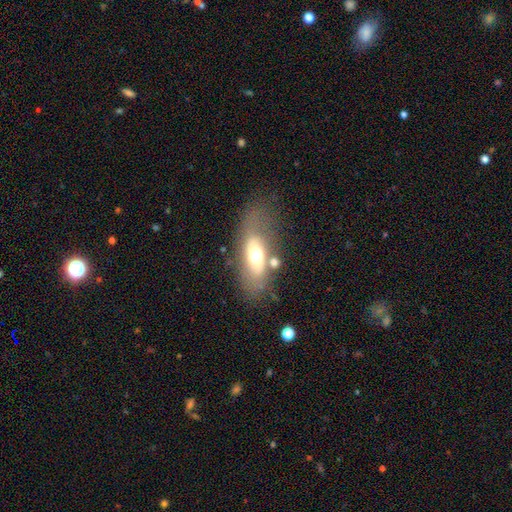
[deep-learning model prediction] Smooth or featured?
  - smooth: 49% *
  - featured or disk: 42%
  - star or artifact: 9%
Merging?
  - none: 59% *
  - minor disturbance: 18%
  - major disturbance: 12%
  - merger: 11%